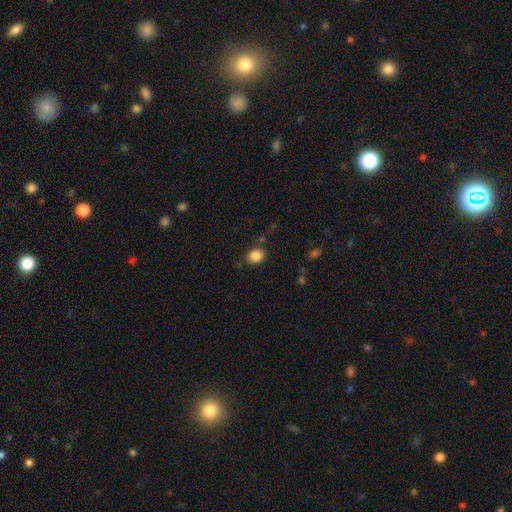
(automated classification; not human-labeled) This is clearly a smooth galaxy (86%). How rounded: likely round (62%). Merging: clearly none (80%).